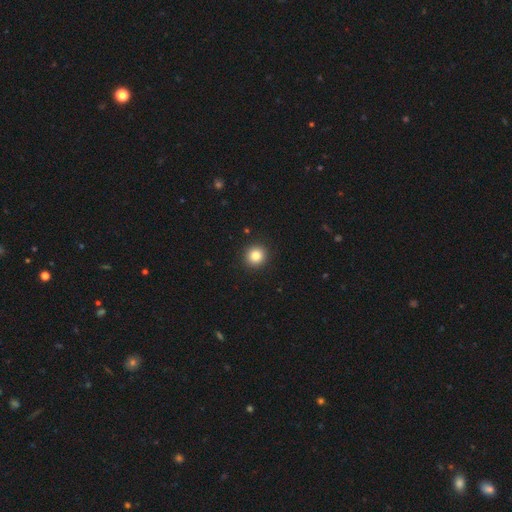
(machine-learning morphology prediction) smooth-or-featured: smooth: 84% | star or artifact: 11% | featured or disk: 6%
  how-rounded: round: 94% | in between: 5% | cigar-shaped: 1%
  merging: none: 93% | minor disturbance: 4% | major disturbance: 2% | merger: 1%